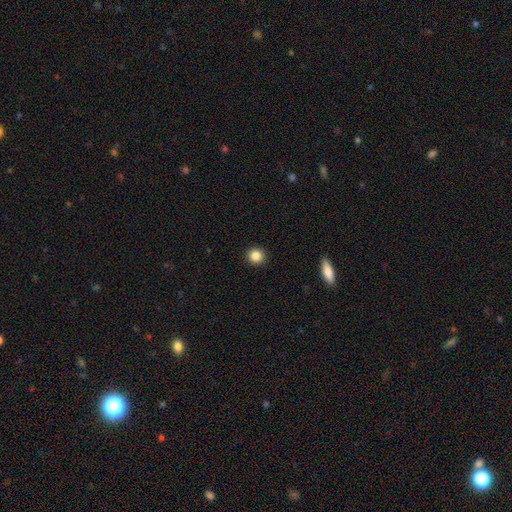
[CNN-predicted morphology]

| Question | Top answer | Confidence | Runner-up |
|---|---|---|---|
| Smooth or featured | smooth | 86% | star or artifact (10%) |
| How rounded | round | 91% | in between (8%) |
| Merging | none | 92% | minor disturbance (5%) |